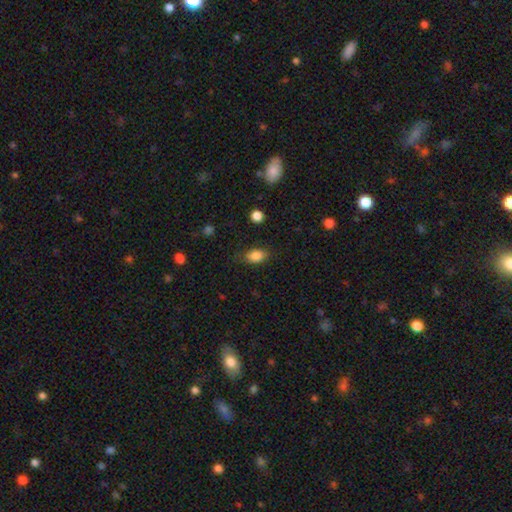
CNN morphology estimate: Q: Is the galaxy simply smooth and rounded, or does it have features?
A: smooth — 84%.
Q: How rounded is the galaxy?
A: in between — 82%.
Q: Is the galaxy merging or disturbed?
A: none — 79%.